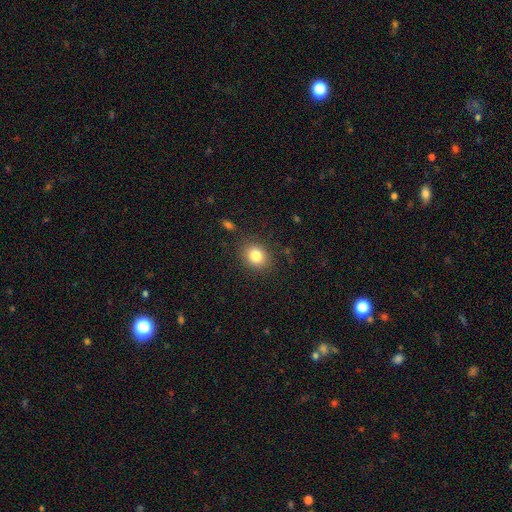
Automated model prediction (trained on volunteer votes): Smooth or featured?
  - smooth: 82% *
  - star or artifact: 10%
  - featured or disk: 7%
How rounded?
  - round: 59% *
  - in between: 40%
  - cigar-shaped: 1%
Merging?
  - none: 86% *
  - minor disturbance: 9%
  - major disturbance: 3%
  - merger: 2%